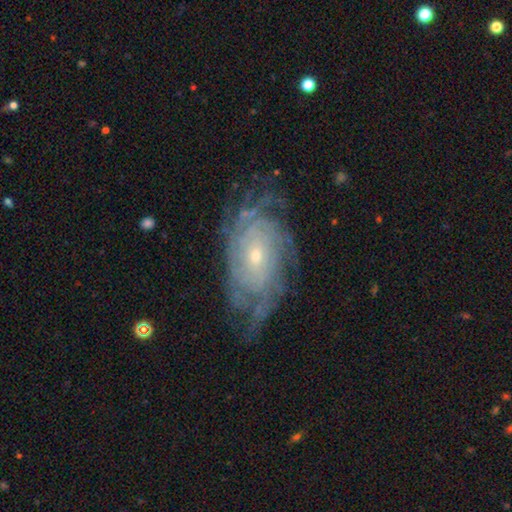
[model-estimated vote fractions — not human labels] Smooth or featured? Predicted: featured or disk (p=0.85). Edge-on disk? Predicted: no (p=0.95). Bar? Predicted: no (p=0.73). Spiral arms? Predicted: yes (p=0.94). Spiral winding? Predicted: tight (p=0.72). Spiral arm count? Predicted: can't tell (p=0.44). Bulge size? Predicted: small (p=0.71). Merging? Predicted: none (p=0.69).